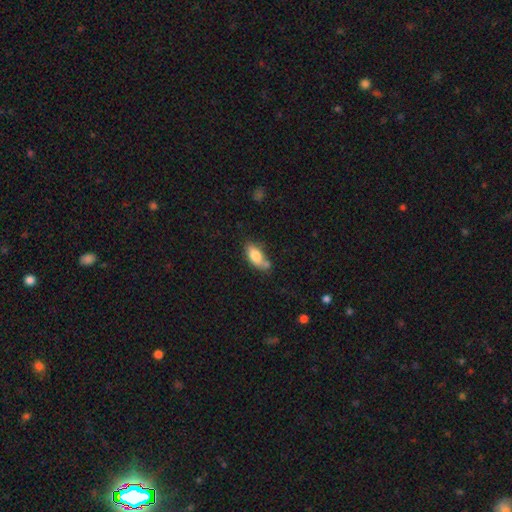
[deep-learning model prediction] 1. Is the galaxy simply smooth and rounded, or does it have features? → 80% smooth, 13% featured or disk, 7% star or artifact.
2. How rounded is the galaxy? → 86% in between, 11% cigar-shaped, 3% round.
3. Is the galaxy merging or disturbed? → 52% none, 25% minor disturbance, 17% merger, 6% major disturbance.